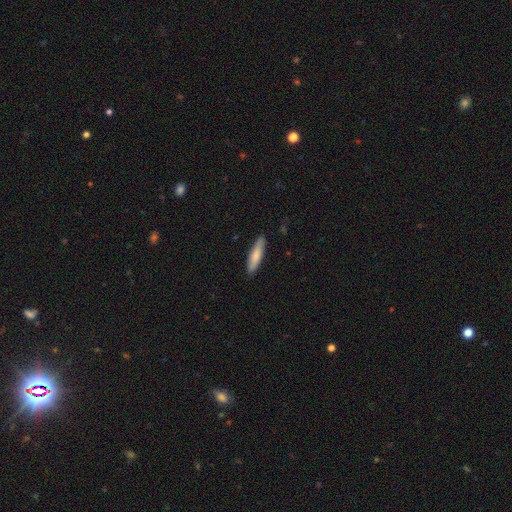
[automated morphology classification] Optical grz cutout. It shows a smooth galaxy with no disk features (76%) that is cigar-shaped (77%). Merging: none (87%).